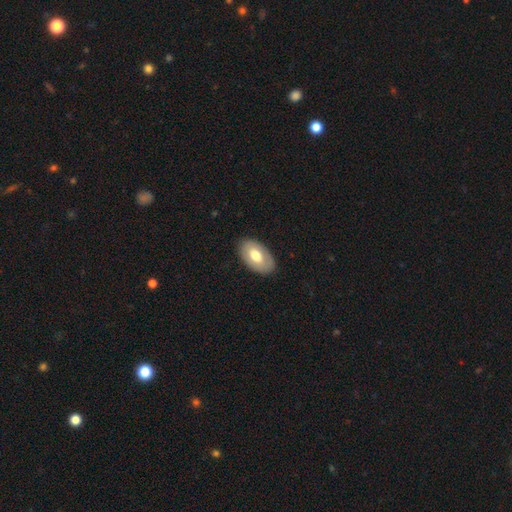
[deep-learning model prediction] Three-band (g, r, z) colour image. It shows a smooth galaxy with no disk features (67%) that is in between round and cigar-shaped (94%). Merging: none (86%).